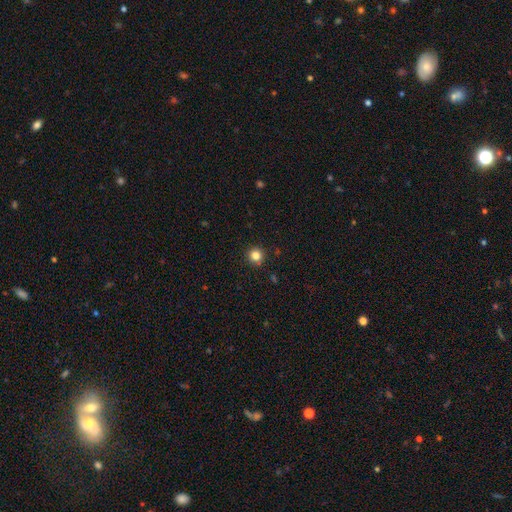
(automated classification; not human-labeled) The model was most divided on "smooth or featured": smooth: 83%, star or artifact: 13%, featured or disk: 5%. More confident: how rounded — round (95%); merging — none (93%).